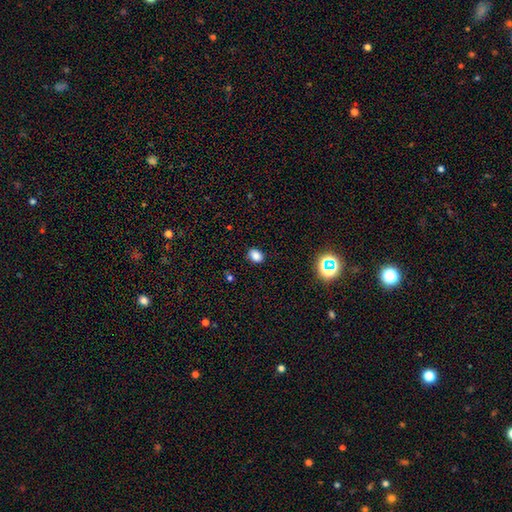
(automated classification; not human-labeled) smooth_or_featured: smooth (p=0.82) [alt: star or artifact p=0.13]
how_rounded: in between (p=0.72) [alt: round p=0.27]
merging: none (p=0.87) [alt: minor disturbance p=0.10]